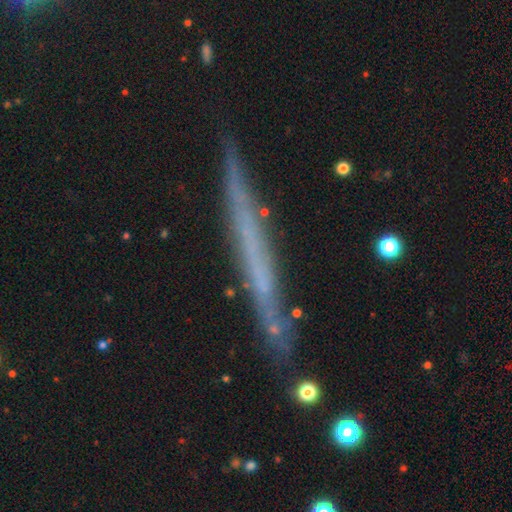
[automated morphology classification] smooth_or_featured: featured or disk (p=0.56) [alt: smooth p=0.30]
disk_edge_on: yes (p=0.93) [alt: no p=0.07]
edge_on_bulge: none (p=0.90) [alt: rounded p=0.06]
merging: none (p=0.83) [alt: minor disturbance p=0.13]